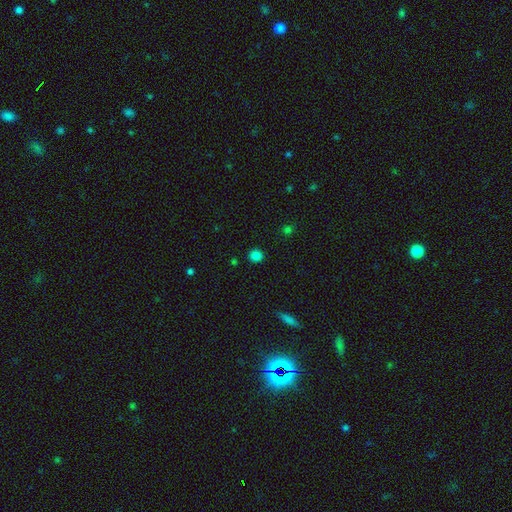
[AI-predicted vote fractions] Smooth or featured? smooth (83%)
How rounded? round (89%)
Merging? none (90%)